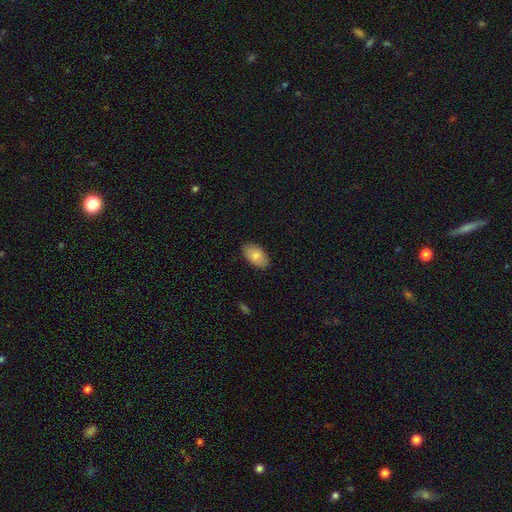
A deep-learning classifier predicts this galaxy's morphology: Q: Smooth or featured?
A: smooth (85%); runner-up: featured or disk (9%)
Q: How rounded?
A: in between (94%); runner-up: round (4%)
Q: Merging?
A: none (87%); runner-up: minor disturbance (10%)